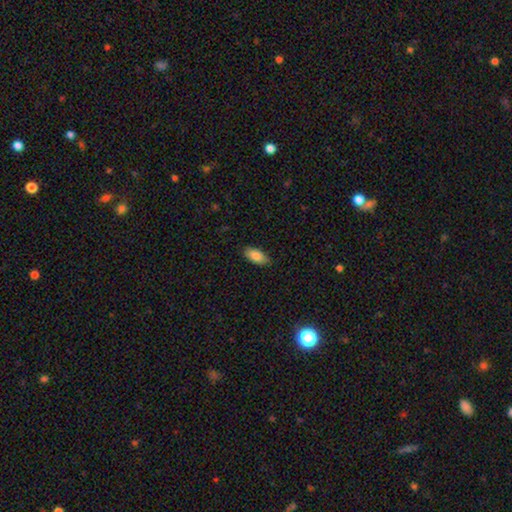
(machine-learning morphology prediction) Q: Smooth or featured?
A: smooth (86%); runner-up: featured or disk (7%)
Q: How rounded?
A: in between (91%); runner-up: cigar-shaped (7%)
Q: Merging?
A: none (87%); runner-up: minor disturbance (10%)